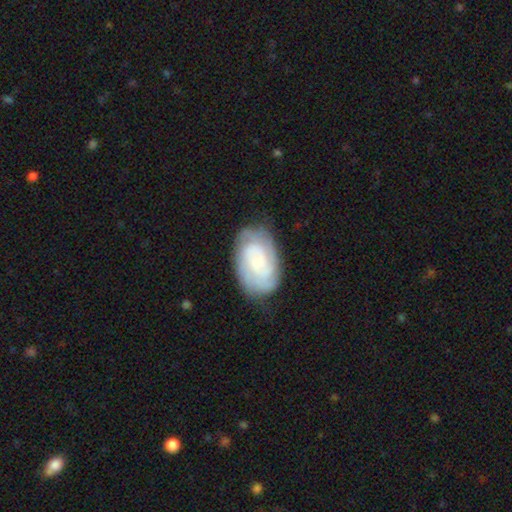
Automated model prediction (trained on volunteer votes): Q: Smooth or featured?
A: featured or disk (70%); runner-up: smooth (23%)
Q: Edge-on disk?
A: no (97%); runner-up: yes (3%)
Q: Bar?
A: no (65%); runner-up: weak (29%)
Q: Spiral arms?
A: yes (93%); runner-up: no (7%)
Q: Spiral winding?
A: tight (69%); runner-up: medium (25%)
Q: Spiral arm count?
A: can't tell (35%); runner-up: 2 (32%)
Q: Bulge size?
A: small (58%); runner-up: moderate (26%)
Q: Merging?
A: none (76%); runner-up: minor disturbance (18%)